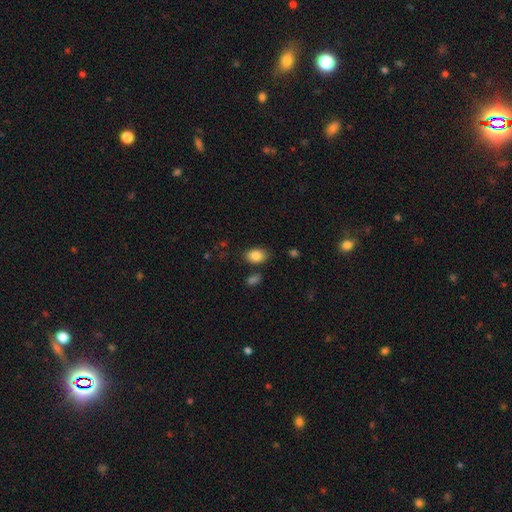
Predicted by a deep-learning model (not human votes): Smooth or featured? Predicted: smooth (p=0.85). How rounded? Predicted: in between (p=0.83). Merging? Predicted: none (p=0.79).